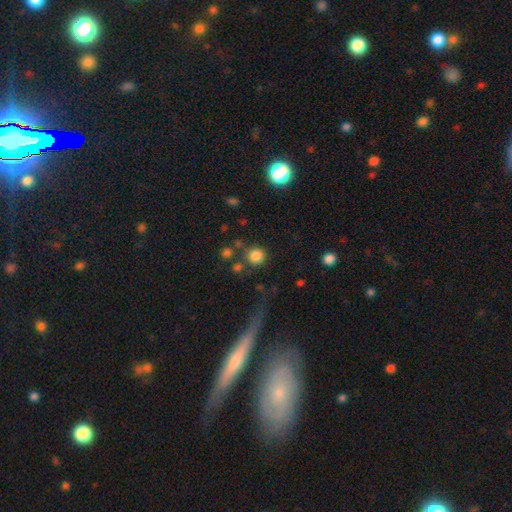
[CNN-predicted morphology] Smooth or featured? Predicted: smooth (p=0.83). How rounded? Predicted: round (p=0.92). Merging? Predicted: none (p=0.75).